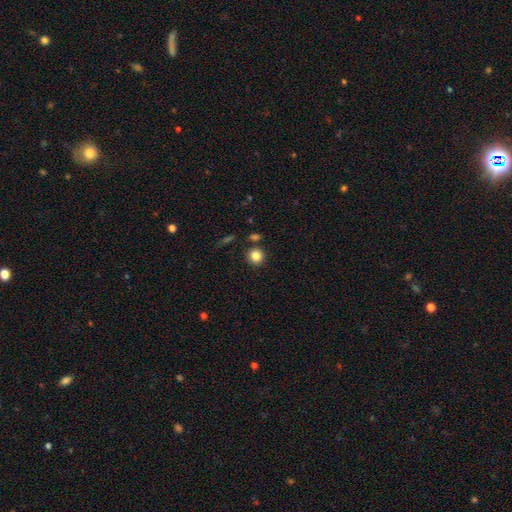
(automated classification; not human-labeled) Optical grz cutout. It shows a smooth galaxy with no disk features (85%) that is round (91%). Merging: none (84%).